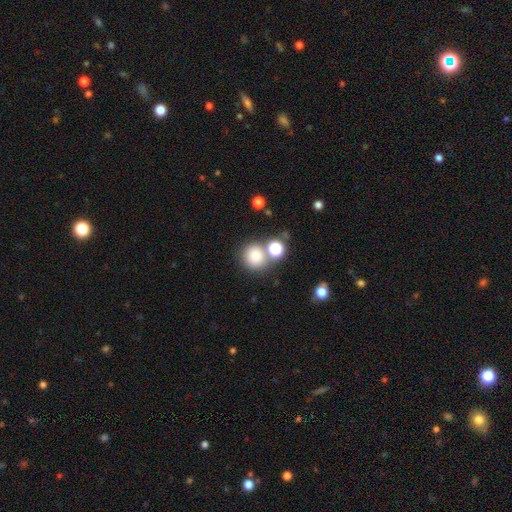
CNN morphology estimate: Smooth or featured? Predicted: smooth (p=0.80). How rounded? Predicted: round (p=0.88). Merging? Predicted: none (p=0.64).